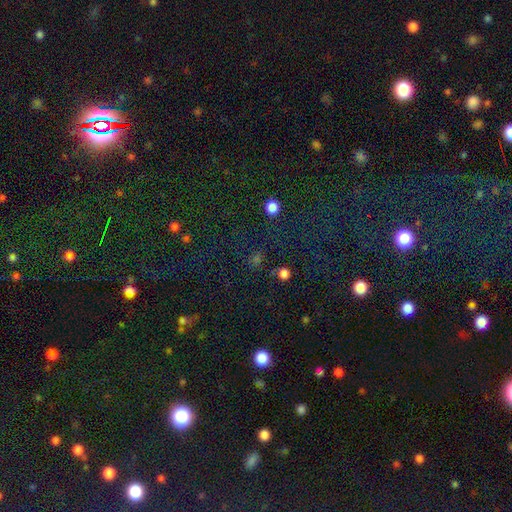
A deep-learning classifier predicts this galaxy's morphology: Smooth or featured? Predicted: star or artifact (p=0.72).